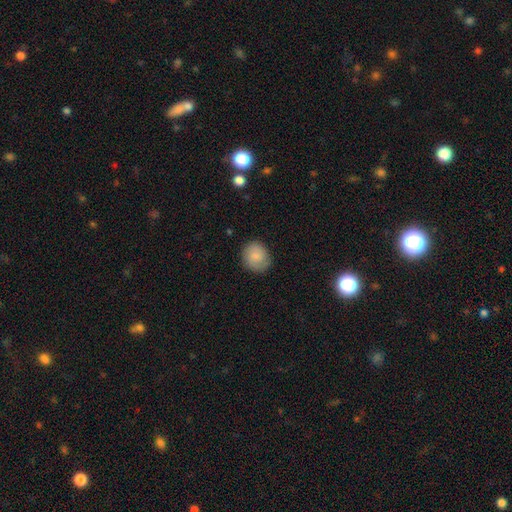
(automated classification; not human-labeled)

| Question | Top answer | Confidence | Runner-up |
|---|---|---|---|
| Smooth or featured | smooth | 81% | featured or disk (12%) |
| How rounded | round | 77% | in between (22%) |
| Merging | none | 80% | minor disturbance (15%) |